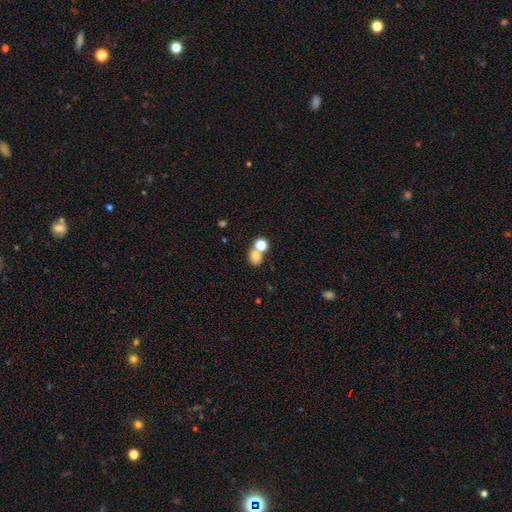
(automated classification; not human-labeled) This is likely a smooth galaxy (75%). How rounded: likely round (62%). Merging: marginally none (44%, tied with merger).